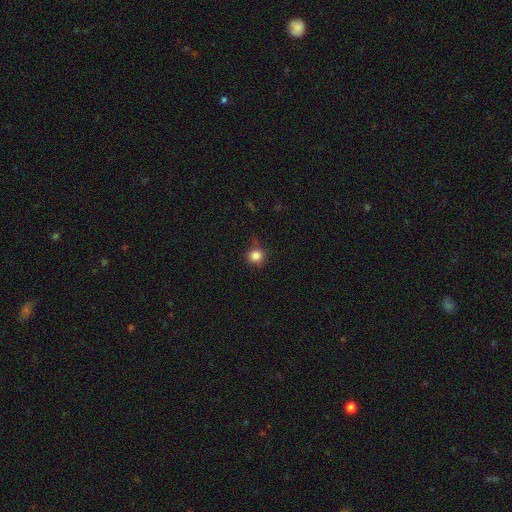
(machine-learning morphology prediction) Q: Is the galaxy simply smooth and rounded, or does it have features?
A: smooth — 84%.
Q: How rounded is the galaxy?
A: round — 90%.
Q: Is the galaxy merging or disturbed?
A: none — 75%.